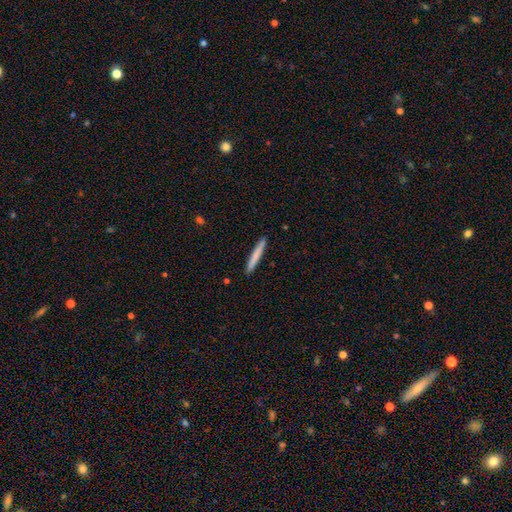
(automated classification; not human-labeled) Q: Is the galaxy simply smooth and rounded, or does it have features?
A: smooth — 77%.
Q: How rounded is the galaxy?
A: cigar-shaped — 97%.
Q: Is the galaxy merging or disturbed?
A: none — 92%.